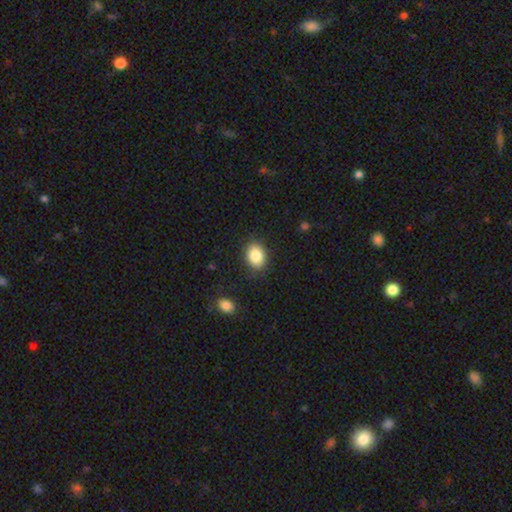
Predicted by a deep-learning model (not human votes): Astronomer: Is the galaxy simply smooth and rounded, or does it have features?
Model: smooth — 86%.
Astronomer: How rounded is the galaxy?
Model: in between — 69%.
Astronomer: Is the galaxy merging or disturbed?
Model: none — 86%.